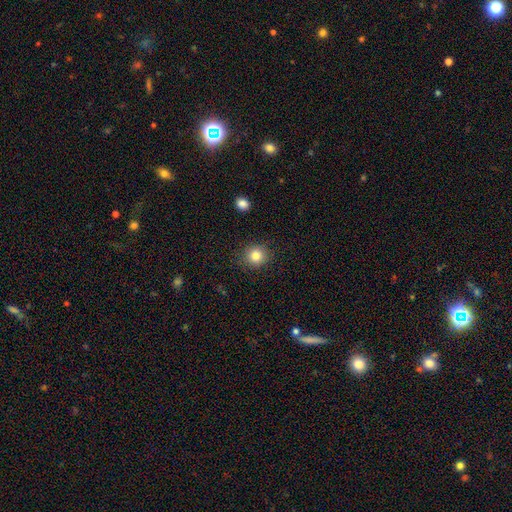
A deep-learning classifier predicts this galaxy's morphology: This is clearly a smooth galaxy (83%). How rounded: clearly round (87%). Merging: clearly none (88%).